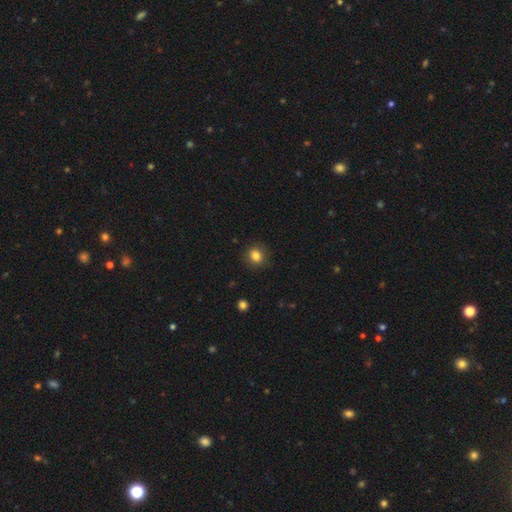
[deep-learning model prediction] Smooth or featured: smooth — 84% (star or artifact — 11%)
How rounded: round — 79% (in between — 20%)
Merging: none — 88% (minor disturbance — 8%)